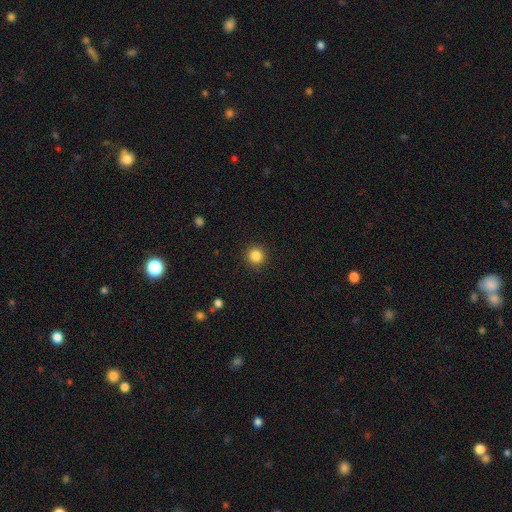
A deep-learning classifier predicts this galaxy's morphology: type=smooth (85%); roundness=round (95%); merging=none (92%).